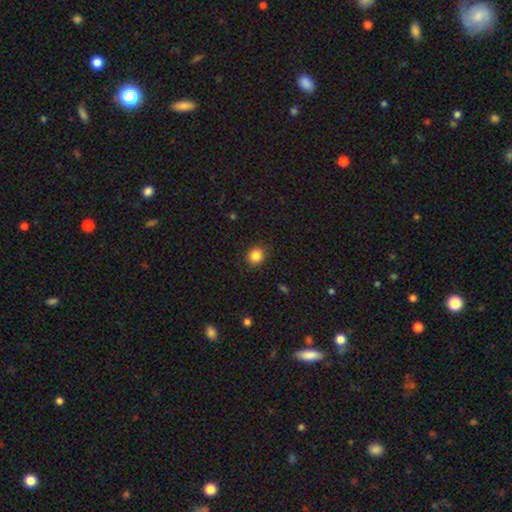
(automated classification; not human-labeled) smooth-or-featured: smooth: 85% | star or artifact: 11% | featured or disk: 4%
  how-rounded: round: 81% | in between: 18% | cigar-shaped: 1%
  merging: none: 87% | minor disturbance: 9% | major disturbance: 3% | merger: 1%